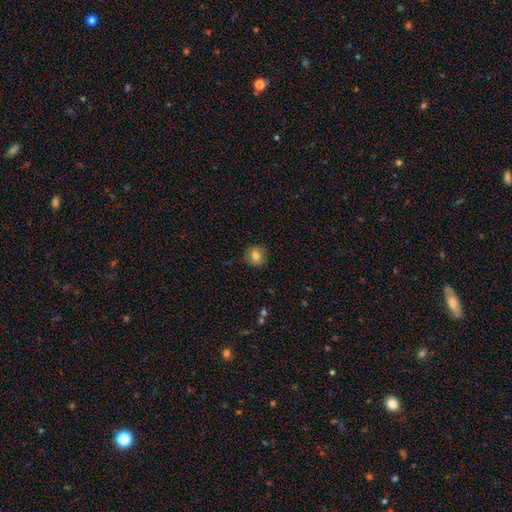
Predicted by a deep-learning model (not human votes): Q: Smooth or featured?
A: smooth (72%); runner-up: featured or disk (18%)
Q: How rounded?
A: round (74%); runner-up: in between (25%)
Q: Merging?
A: none (79%); runner-up: minor disturbance (16%)